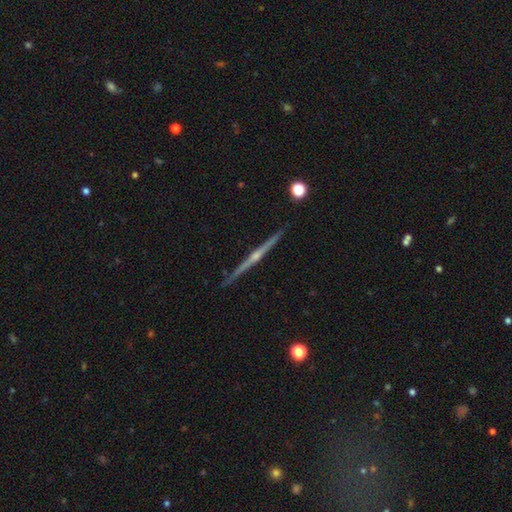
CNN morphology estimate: Q: Smooth or featured?
A: featured or disk (84%); runner-up: smooth (10%)
Q: Edge-on disk?
A: yes (99%); runner-up: no (1%)
Q: Edge-on bulge?
A: rounded (81%); runner-up: none (14%)
Q: Merging?
A: none (92%); runner-up: minor disturbance (6%)